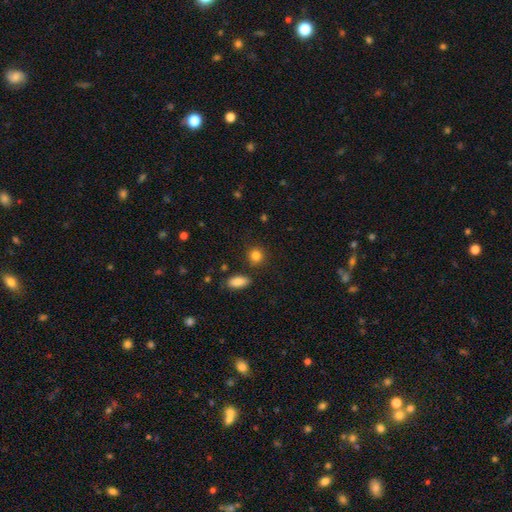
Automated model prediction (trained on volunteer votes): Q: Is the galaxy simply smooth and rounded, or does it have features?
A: smooth — 85%.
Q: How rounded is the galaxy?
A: round — 80%.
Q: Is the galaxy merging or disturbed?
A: none — 84%.